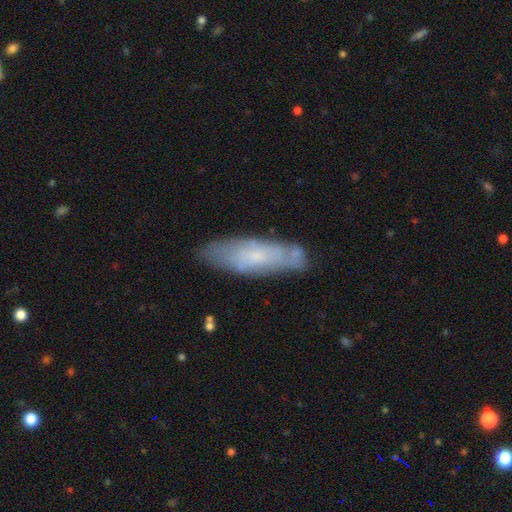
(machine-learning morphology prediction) Q: Smooth or featured?
A: smooth (52%); runner-up: featured or disk (41%)
Q: How rounded?
A: in between (50%); runner-up: cigar-shaped (49%)
Q: Merging?
A: none (67%); runner-up: minor disturbance (22%)